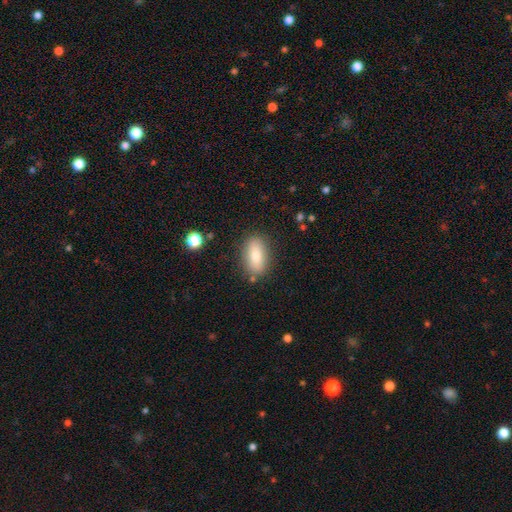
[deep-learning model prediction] Smooth or featured?
  - smooth: 80% *
  - featured or disk: 13%
  - star or artifact: 7%
How rounded?
  - in between: 87% *
  - cigar-shaped: 8%
  - round: 5%
Merging?
  - none: 82% *
  - minor disturbance: 12%
  - major disturbance: 3%
  - merger: 3%